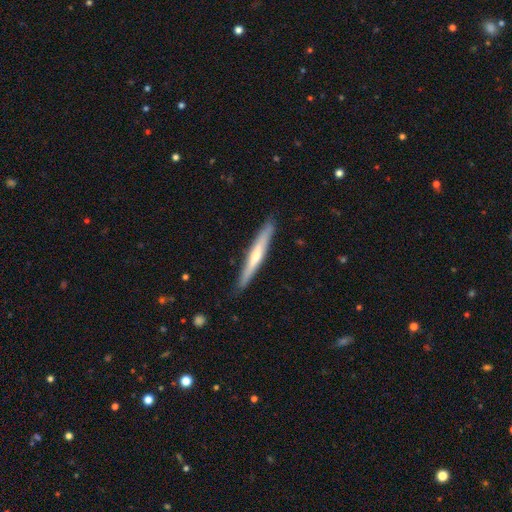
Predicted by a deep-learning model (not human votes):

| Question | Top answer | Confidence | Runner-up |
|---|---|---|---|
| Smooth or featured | featured or disk | 54% | smooth (41%) |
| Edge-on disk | yes | 95% | no (5%) |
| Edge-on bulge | rounded | 64% | none (30%) |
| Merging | none | 89% | minor disturbance (9%) |